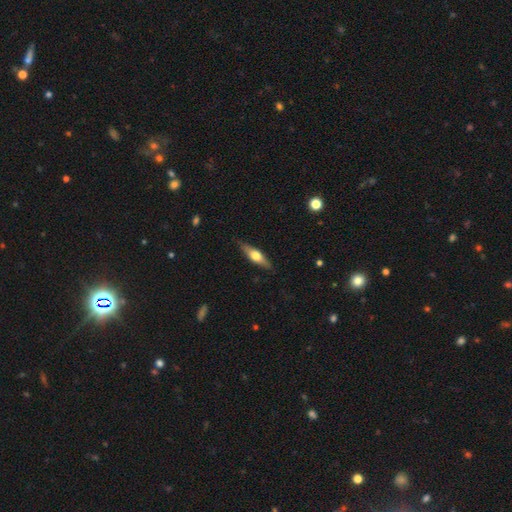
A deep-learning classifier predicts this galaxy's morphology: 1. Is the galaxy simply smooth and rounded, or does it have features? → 53% featured or disk, 41% smooth, 6% star or artifact.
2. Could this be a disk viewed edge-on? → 92% yes, 8% no.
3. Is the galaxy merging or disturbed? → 85% none, 11% minor disturbance, 2% major disturbance, 1% merger.